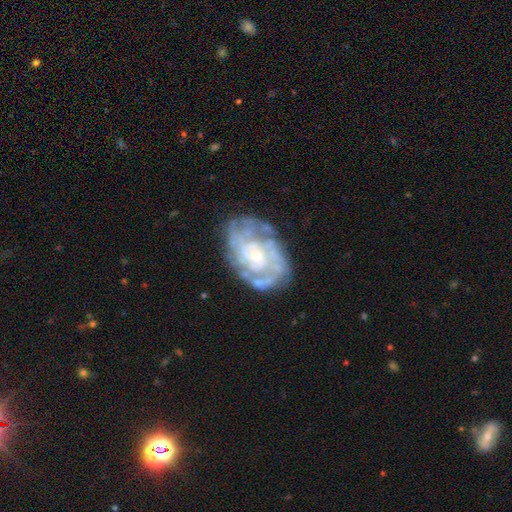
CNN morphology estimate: Q: Smooth or featured?
A: featured or disk (83%); runner-up: smooth (11%)
Q: Edge-on disk?
A: no (96%); runner-up: yes (4%)
Q: Bar?
A: no (76%); runner-up: weak (20%)
Q: Spiral arms?
A: yes (85%); runner-up: no (15%)
Q: Spiral winding?
A: tight (66%); runner-up: medium (27%)
Q: Spiral arm count?
A: can't tell (48%); runner-up: 2 (20%)
Q: Bulge size?
A: small (65%); runner-up: moderate (29%)
Q: Merging?
A: none (69%); runner-up: minor disturbance (19%)